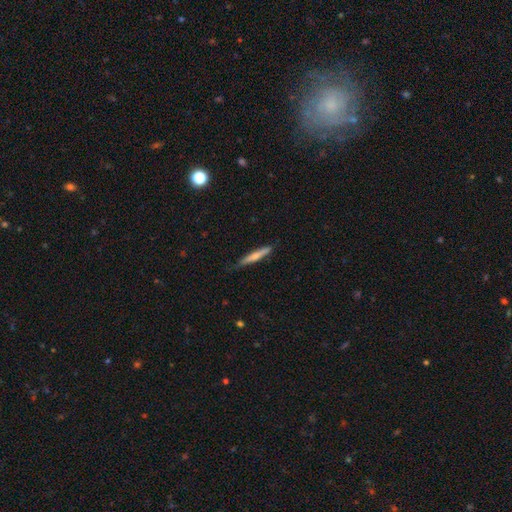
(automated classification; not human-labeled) smooth 65%, featured or disk 30%, star or artifact 5%. Down the decision tree: how rounded — cigar-shaped (94%); merging — none (79%).